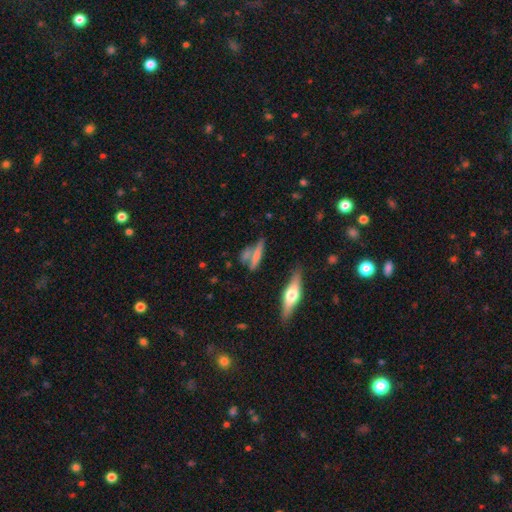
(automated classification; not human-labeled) Smooth or featured?
  - smooth: 57% *
  - featured or disk: 33%
  - star or artifact: 10%
How rounded?
  - cigar-shaped: 67% *
  - in between: 26%
  - round: 7%
Merging?
  - none: 52% *
  - merger: 26%
  - minor disturbance: 15%
  - major disturbance: 7%